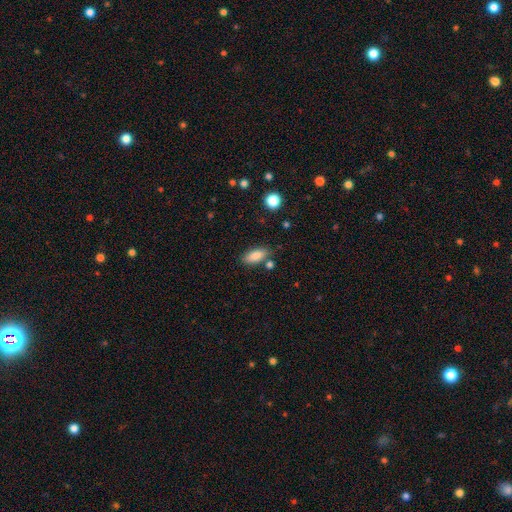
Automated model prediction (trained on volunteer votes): smooth_or_featured: smooth (p=0.86) [alt: star or artifact p=0.07]
how_rounded: in between (p=0.86) [alt: cigar-shaped p=0.11]
merging: none (p=0.79) [alt: minor disturbance p=0.12]